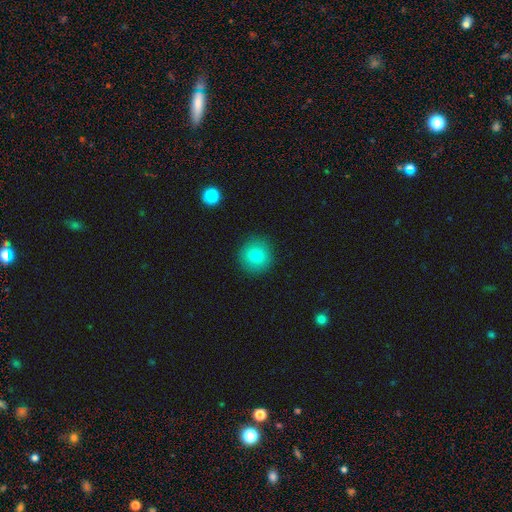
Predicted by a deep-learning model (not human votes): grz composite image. It shows a smooth galaxy with no disk features (78%) that is round (94%). Merging: none (90%).